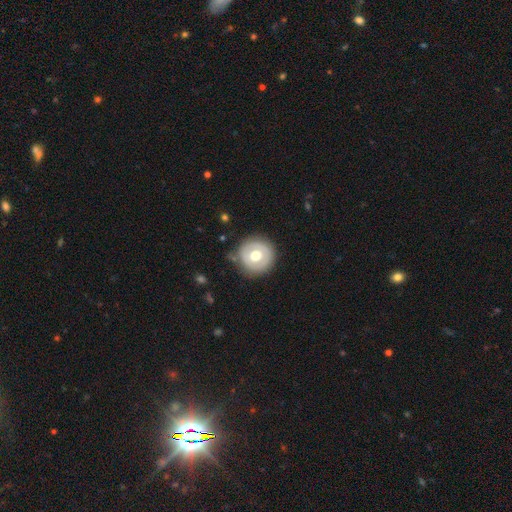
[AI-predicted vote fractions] Smooth or featured: smooth — 51% (featured or disk — 43%)
How rounded: round — 94% (in between — 5%)
Merging: none — 82% (minor disturbance — 12%)